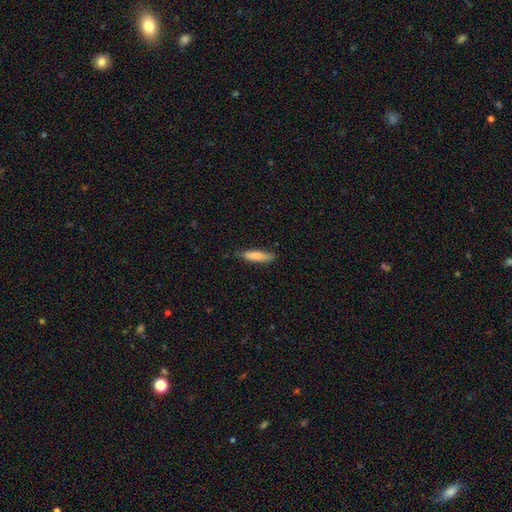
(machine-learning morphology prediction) smooth 83%, featured or disk 11%, star or artifact 6%. Down the decision tree: how rounded — cigar-shaped (71%); merging — none (78%).